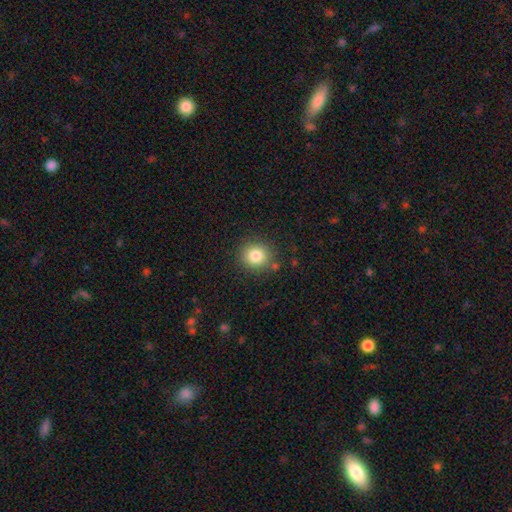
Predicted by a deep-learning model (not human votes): smooth-or-featured: smooth: 82% | star or artifact: 11% | featured or disk: 7%
  how-rounded: round: 86% | in between: 13% | cigar-shaped: 1%
  merging: none: 86% | minor disturbance: 9% | major disturbance: 3% | merger: 2%